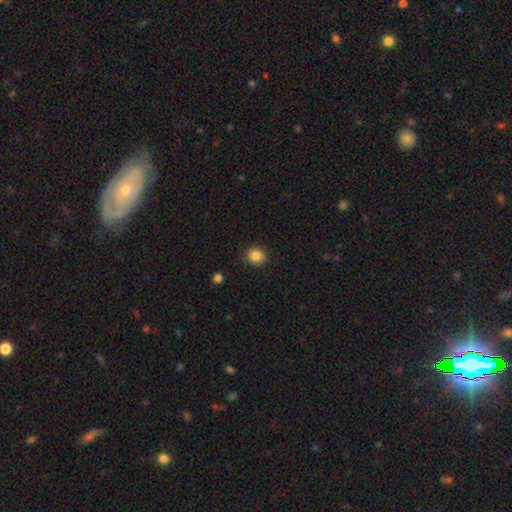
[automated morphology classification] Smooth or featured?
  - smooth: 85% *
  - star or artifact: 10%
  - featured or disk: 5%
How rounded?
  - round: 82% *
  - in between: 17%
  - cigar-shaped: 1%
Merging?
  - none: 85% *
  - minor disturbance: 11%
  - major disturbance: 2%
  - merger: 1%